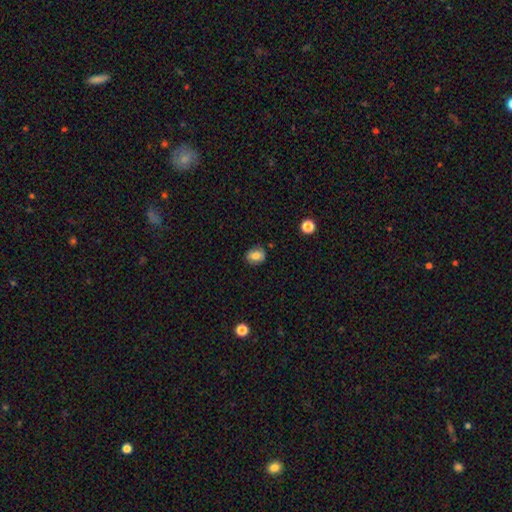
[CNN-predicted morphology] smooth-or-featured: smooth: 75% | featured or disk: 15% | star or artifact: 10%
  how-rounded: in between: 50% | round: 49% | cigar-shaped: 1%
  merging: none: 82% | minor disturbance: 13% | major disturbance: 3% | merger: 2%